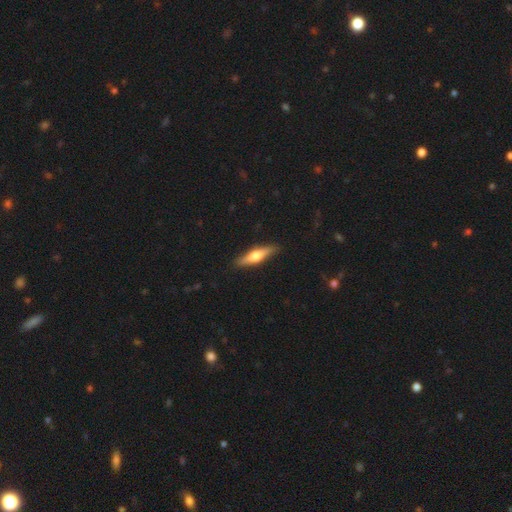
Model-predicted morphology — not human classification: Smooth or featured?
  - featured or disk: 55% *
  - smooth: 40%
  - star or artifact: 5%
Edge-on disk?
  - yes: 95% *
  - no: 5%
Edge-on bulge?
  - rounded: 92% *
  - boxy: 4%
  - none: 3%
Merging?
  - none: 89% *
  - minor disturbance: 9%
  - major disturbance: 2%
  - merger: 1%